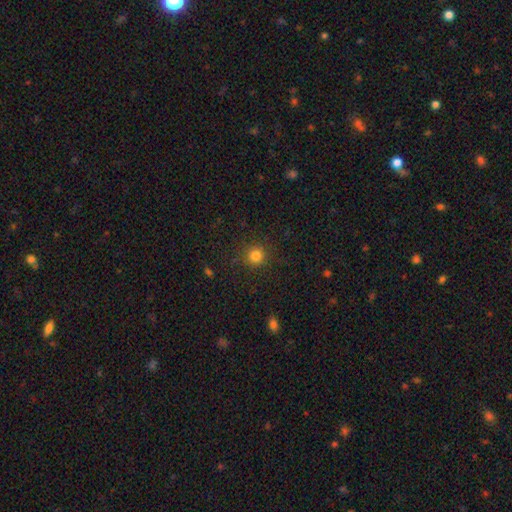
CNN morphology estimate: Smooth or featured? smooth (81%)
How rounded? round (93%)
Merging? none (88%)